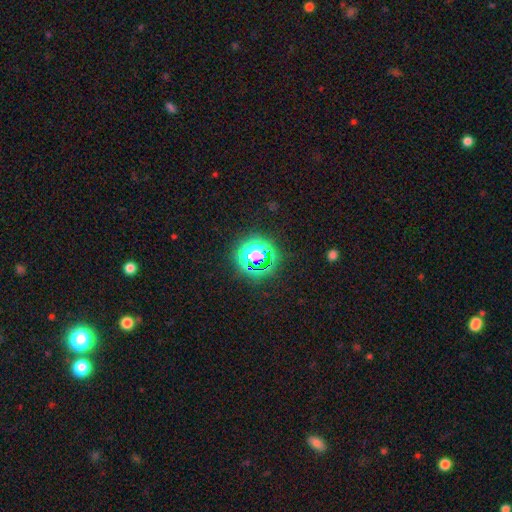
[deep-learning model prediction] star or artifact 63%, smooth 26%, featured or disk 11%.